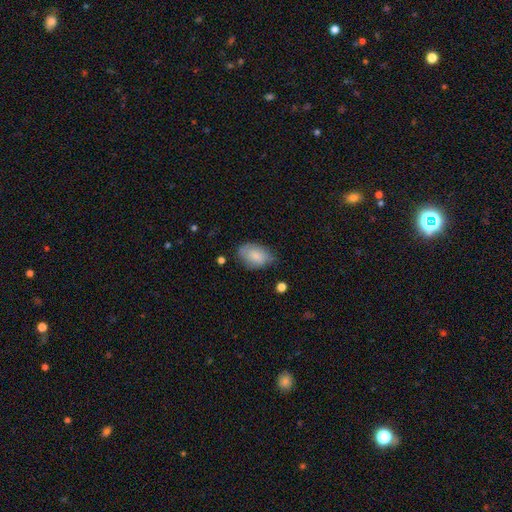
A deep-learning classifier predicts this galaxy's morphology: type=smooth (78%); roundness=in between (88%); merging=none (63%).